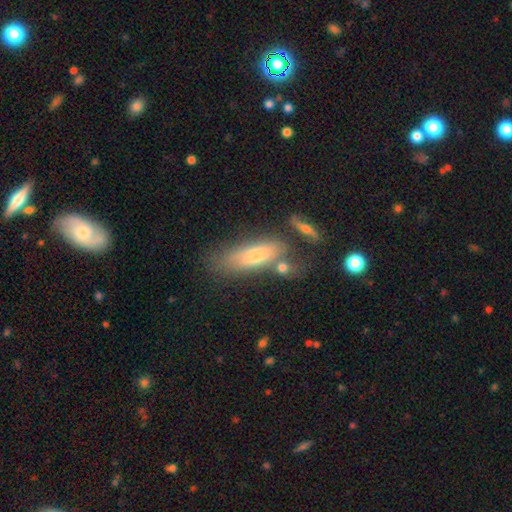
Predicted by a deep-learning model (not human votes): Smooth or featured?
  - smooth: 60% *
  - featured or disk: 32%
  - star or artifact: 8%
How rounded?
  - in between: 49% * (tied)
  - cigar-shaped: 49% * (tied)
  - round: 3%
Merging?
  - none: 55% *
  - minor disturbance: 21%
  - merger: 15%
  - major disturbance: 9%